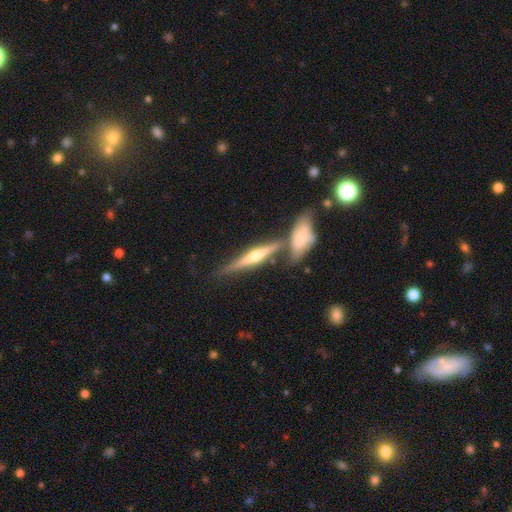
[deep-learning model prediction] The model was most divided on "merging": none: 67%, merger: 21%, minor disturbance: 9%, major disturbance: 3%. More confident: edge-on disk — yes (97%); edge-on bulge — rounded (87%); smooth or featured — featured or disk (75%).